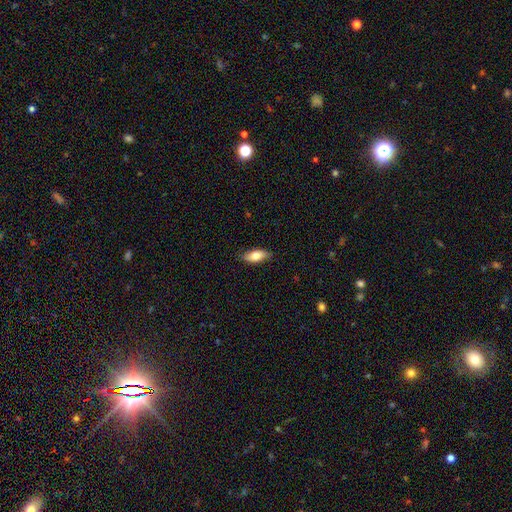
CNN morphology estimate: The model was most divided on "smooth or featured": smooth: 75%, featured or disk: 18%, star or artifact: 6%. More confident: merging — none (84%); how rounded — in between (83%).